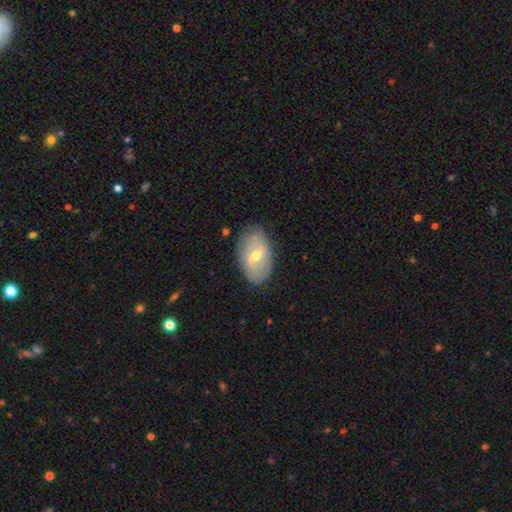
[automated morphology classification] Smooth or featured? Predicted: featured or disk (p=0.57). Edge-on disk? Predicted: no (p=0.92). Bar? Predicted: weak (p=0.45). Spiral arms? Predicted: yes (p=0.59). Bulge size? Predicted: moderate (p=0.60). Merging? Predicted: none (p=0.79).